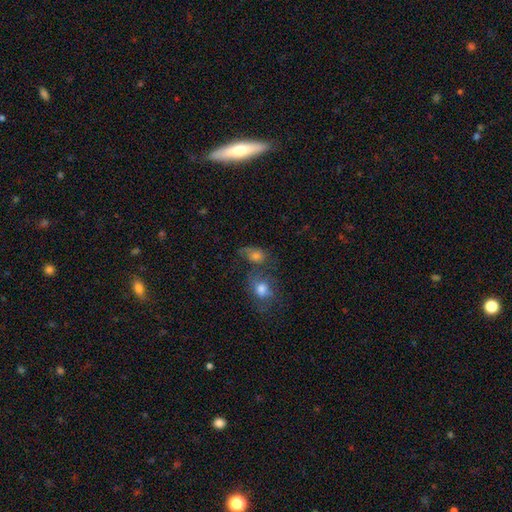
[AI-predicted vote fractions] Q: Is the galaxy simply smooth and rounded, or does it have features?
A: smooth — 57%.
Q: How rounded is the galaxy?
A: in between — 59%.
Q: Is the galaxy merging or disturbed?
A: merger — 38%.